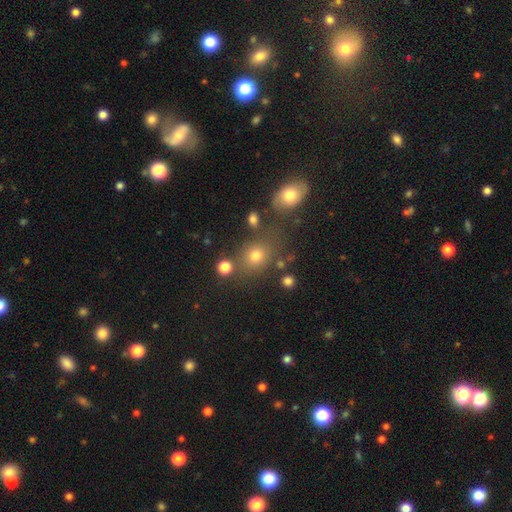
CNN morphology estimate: Overall: smooth (72%). How rounded: round (58%; in between 40%). Merging: none (70%).